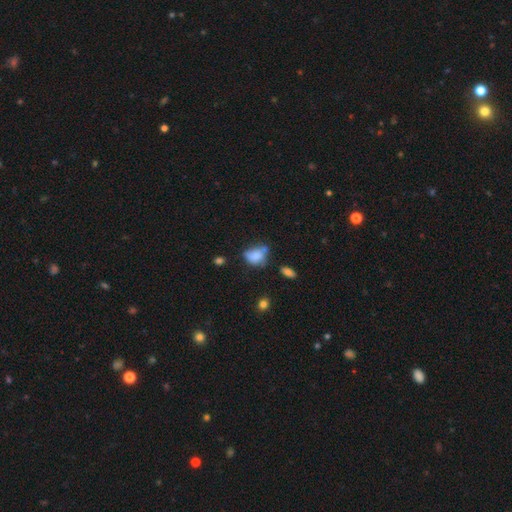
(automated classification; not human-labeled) Overall: smooth (74%). How rounded: in between (68%; round 31%). Merging: none (34%; minor disturbance 32%).